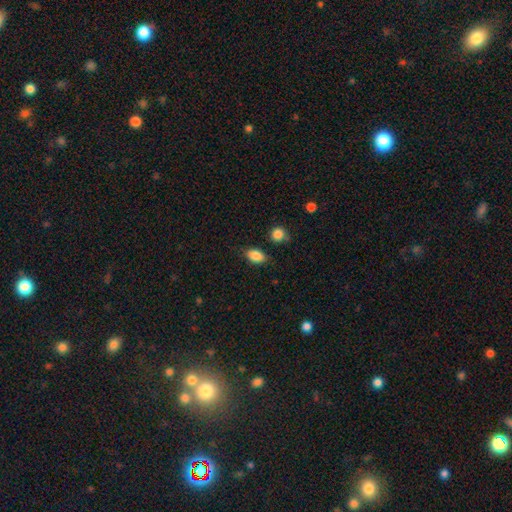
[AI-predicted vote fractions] Morphology: type=smooth (86%); roundness=in between (84%); merging=none (80%).